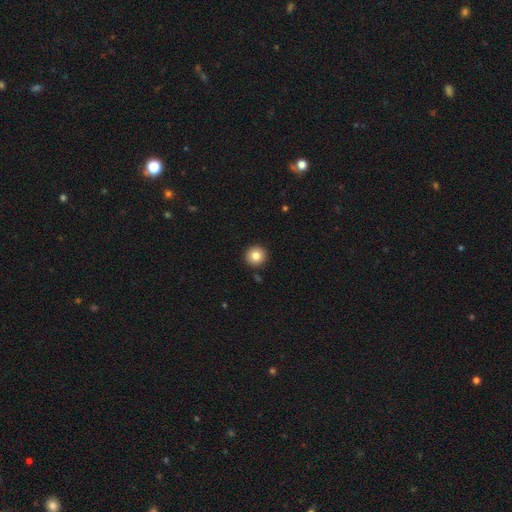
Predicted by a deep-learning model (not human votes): Smooth or featured? Predicted: smooth (p=0.82). How rounded? Predicted: round (p=0.95). Merging? Predicted: none (p=0.92).